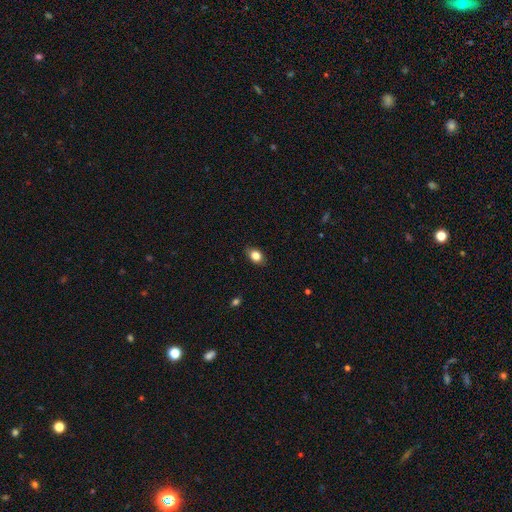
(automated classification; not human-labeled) A smooth galaxy with no disk features (84%) that is in between round and cigar-shaped (69%). Merging: none (84%).